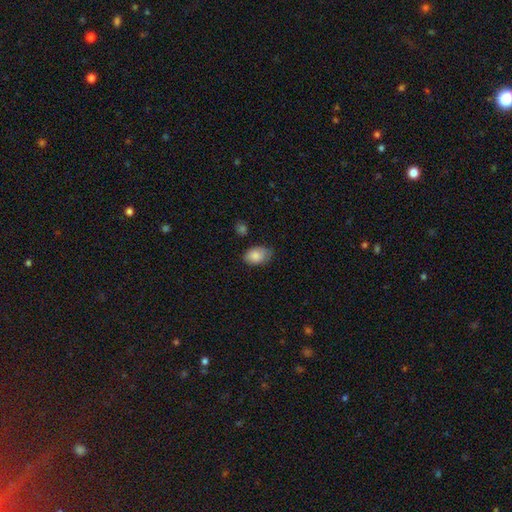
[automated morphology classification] A smooth galaxy with no disk features (85%) that is in between round and cigar-shaped (86%). Merging: none (66%).